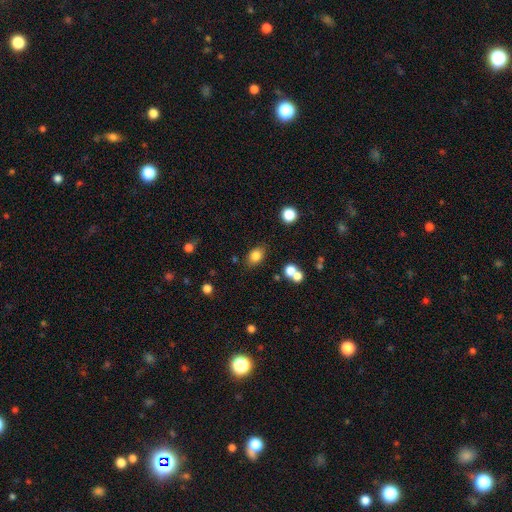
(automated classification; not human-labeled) smooth_or_featured: smooth (p=0.82) [alt: star or artifact p=0.11]
how_rounded: in between (p=0.75) [alt: round p=0.24]
merging: none (p=0.79) [alt: minor disturbance p=0.12]